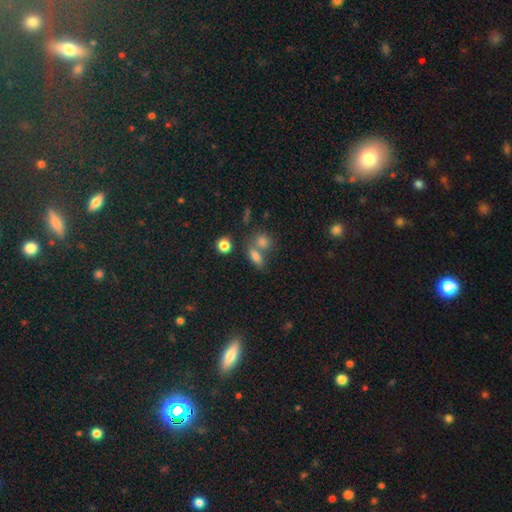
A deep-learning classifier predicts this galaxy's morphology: smooth 76%, star or artifact 13%, featured or disk 11%. Down the decision tree: how rounded — in between (74%); merging — none (43%).